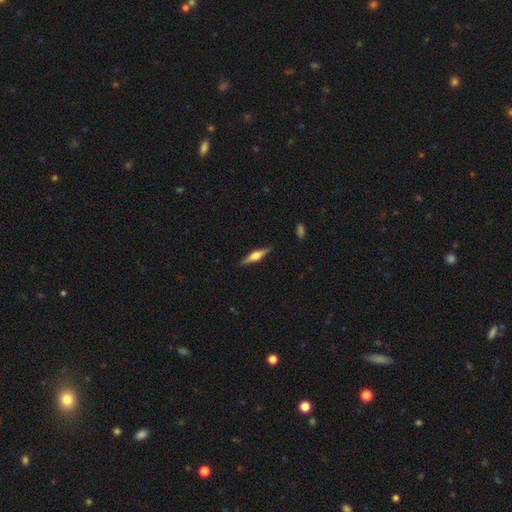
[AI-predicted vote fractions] smooth-or-featured: featured or disk: 69% | smooth: 25% | star or artifact: 6%
  disk-edge-on: yes: 98% | no: 2%
    edge-on-bulge: rounded: 90% | boxy: 7% | none: 2%
  merging: none: 90% | minor disturbance: 8% | major disturbance: 2% | merger: 1%